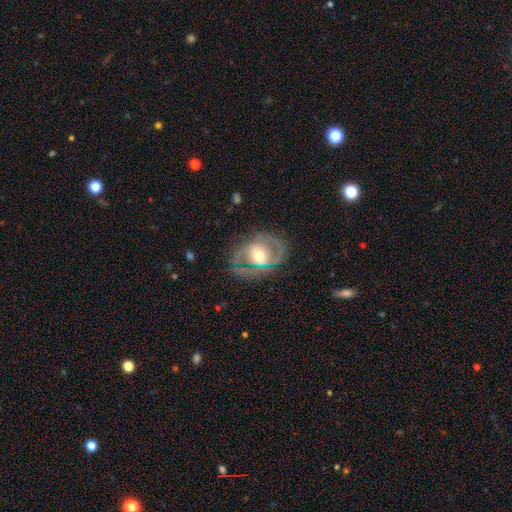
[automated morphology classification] Smooth or featured? featured or disk (83%)
Edge-on disk? no (96%)
Bar? no (51%)
Spiral arms? yes (83%)
Spiral winding? medium (45%)
Spiral arm count? 2 (80%)
Bulge size? moderate (71%)
Merging? none (76%)